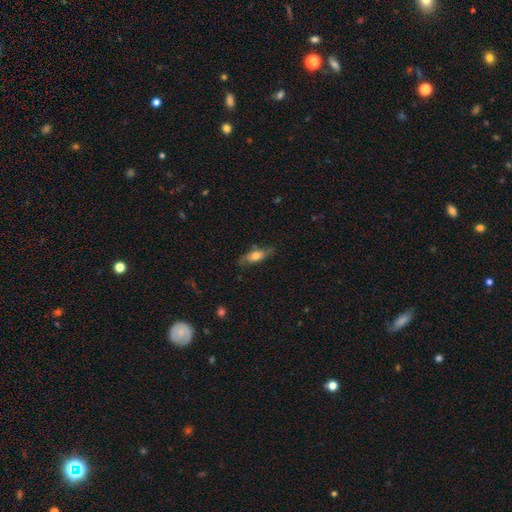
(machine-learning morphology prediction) Overall: smooth (59%; featured or disk 34%). How rounded: in between (58%; cigar-shaped 38%). Merging: none (75%).